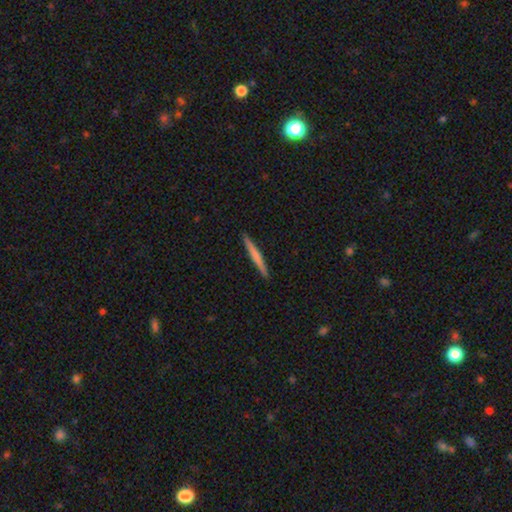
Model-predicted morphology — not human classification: Overall: smooth (60%; featured or disk 35%). How rounded: cigar-shaped (97%). Merging: none (92%).